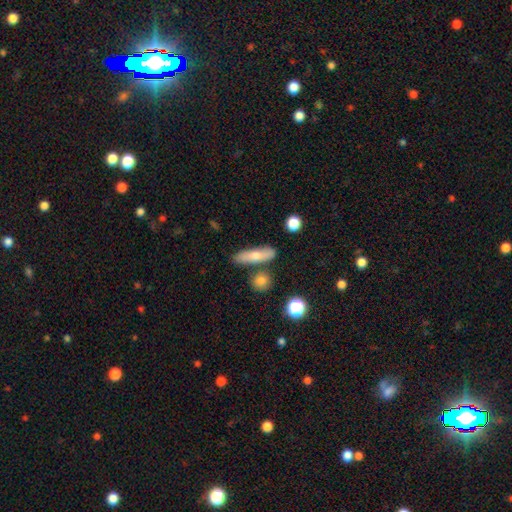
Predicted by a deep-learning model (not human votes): This is likely a smooth galaxy (68%). How rounded: likely cigar-shaped (60%). Merging: likely none (74%).